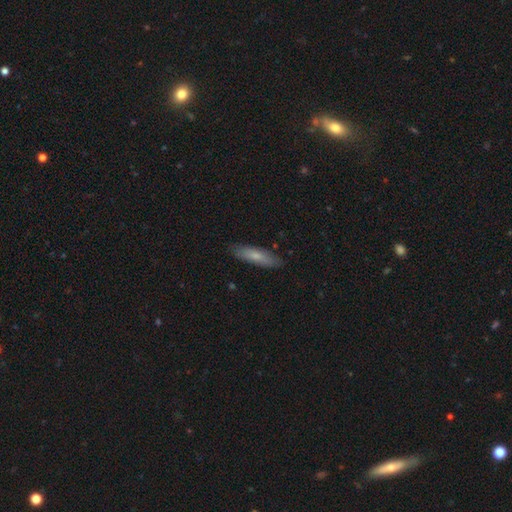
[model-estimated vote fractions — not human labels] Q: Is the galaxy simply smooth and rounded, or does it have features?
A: smooth — 71%.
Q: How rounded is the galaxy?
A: cigar-shaped — 69%.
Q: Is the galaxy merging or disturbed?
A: none — 85%.